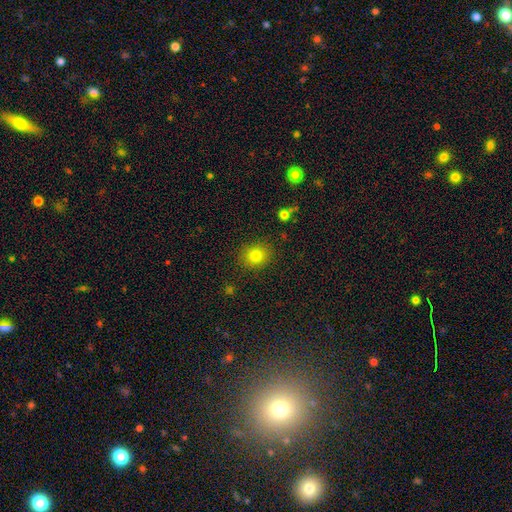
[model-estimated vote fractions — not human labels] Q: Smooth or featured?
A: smooth (80%); runner-up: star or artifact (13%)
Q: How rounded?
A: round (73%); runner-up: in between (26%)
Q: Merging?
A: none (87%); runner-up: minor disturbance (9%)